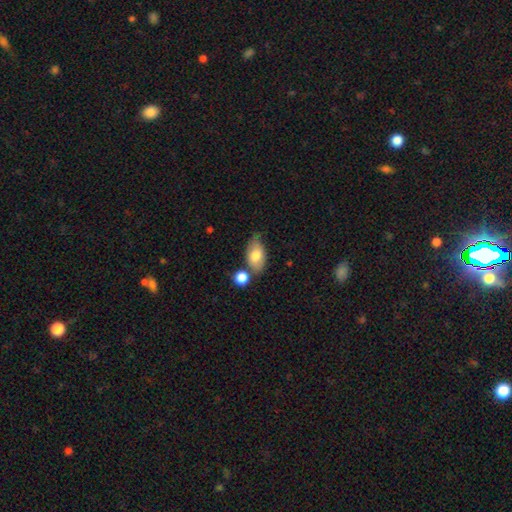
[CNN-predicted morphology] Q: Smooth or featured?
A: smooth (74%); runner-up: featured or disk (19%)
Q: How rounded?
A: in between (90%); runner-up: round (7%)
Q: Merging?
A: none (55%); runner-up: minor disturbance (21%)